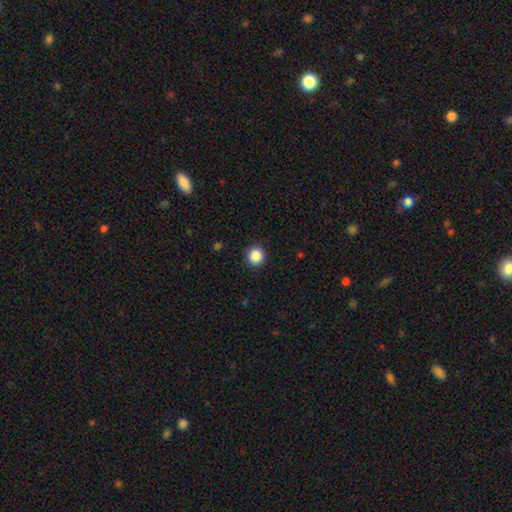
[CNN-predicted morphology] Smooth or featured? smooth (88%)
How rounded? round (90%)
Merging? none (91%)